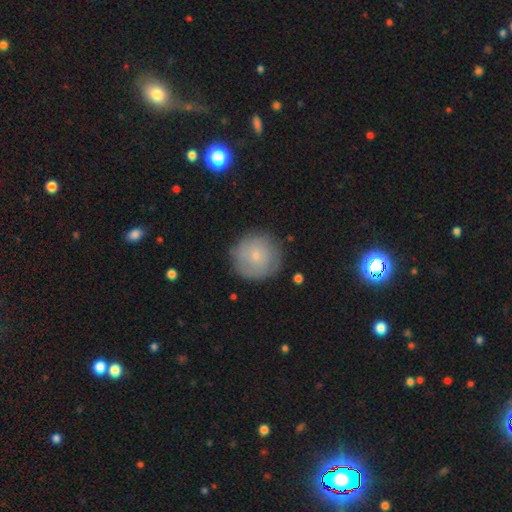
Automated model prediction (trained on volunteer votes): Smooth or featured: smooth — 65% (featured or disk — 27%)
How rounded: round — 95% (in between — 4%)
Merging: none — 82% (minor disturbance — 13%)